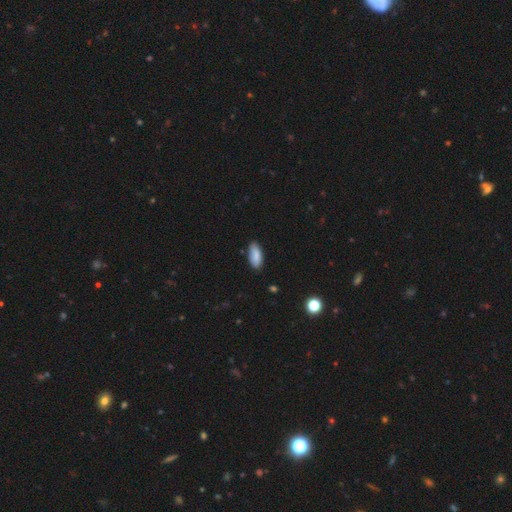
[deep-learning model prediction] This appears to be a smooth galaxy with no disk features (87%) that is in between round and cigar-shaped (86%). Merging: none (84%).